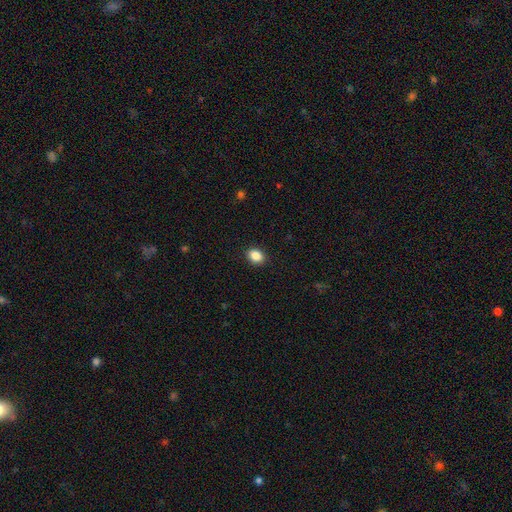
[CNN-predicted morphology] smooth 88%, star or artifact 9%, featured or disk 3%. Down the decision tree: how rounded — in between (62%); merging — none (90%).